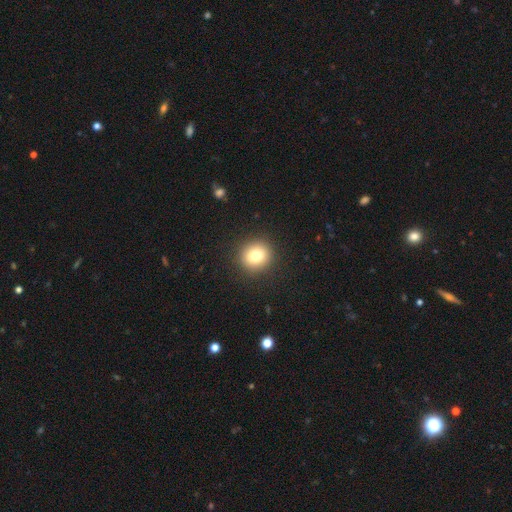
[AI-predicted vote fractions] smooth-or-featured: smooth: 80% | star or artifact: 11% | featured or disk: 9%
  how-rounded: round: 88% | in between: 11% | cigar-shaped: 1%
  merging: none: 91% | minor disturbance: 6% | major disturbance: 2% | merger: 1%